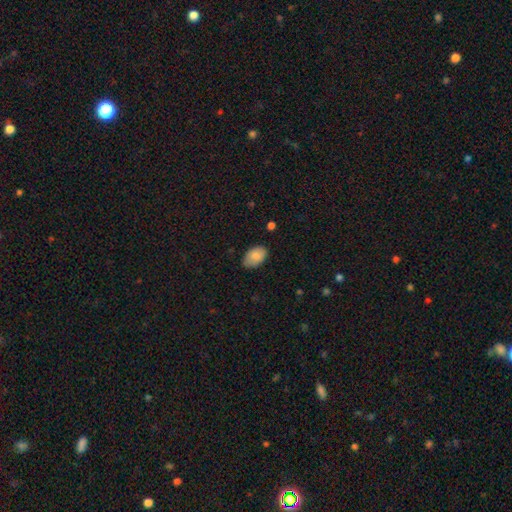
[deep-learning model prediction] smooth-or-featured: smooth: 86% | featured or disk: 7% | star or artifact: 7%
  how-rounded: in between: 91% | round: 8% | cigar-shaped: 1%
  merging: none: 78% | minor disturbance: 18% | major disturbance: 3% | merger: 1%